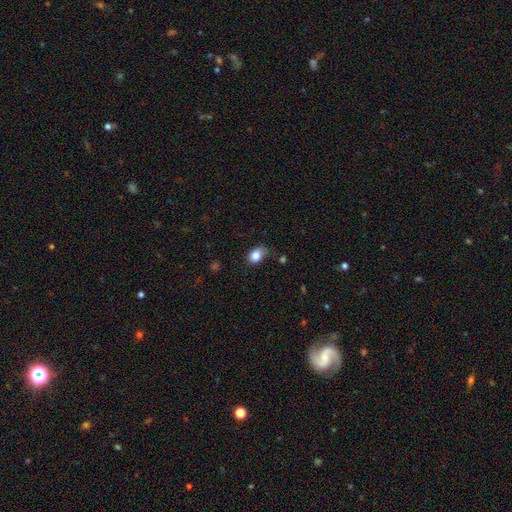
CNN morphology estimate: smooth-or-featured: smooth: 83% | star or artifact: 9% | featured or disk: 8%
  how-rounded: in between: 73% | round: 26% | cigar-shaped: 1%
  merging: none: 60% | minor disturbance: 29% | major disturbance: 8% | merger: 3%